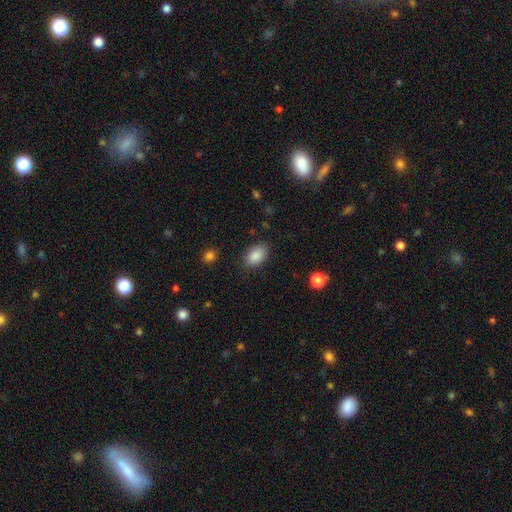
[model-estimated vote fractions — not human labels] smooth_or_featured: smooth (p=0.87) [alt: star or artifact p=0.08]
how_rounded: in between (p=0.89) [alt: round p=0.10]
merging: none (p=0.85) [alt: minor disturbance p=0.11]